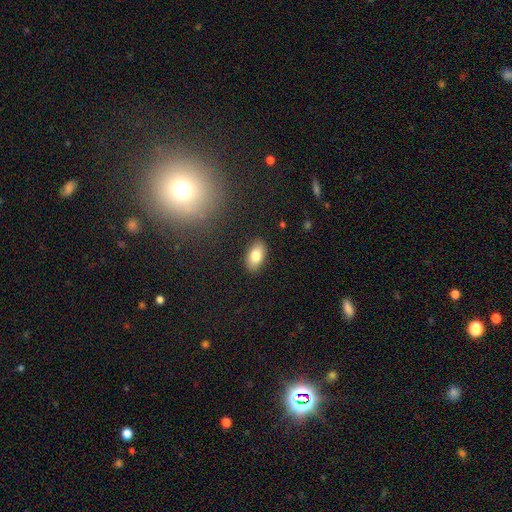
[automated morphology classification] Smooth or featured? smooth (81%)
How rounded? in between (92%)
Merging? none (88%)